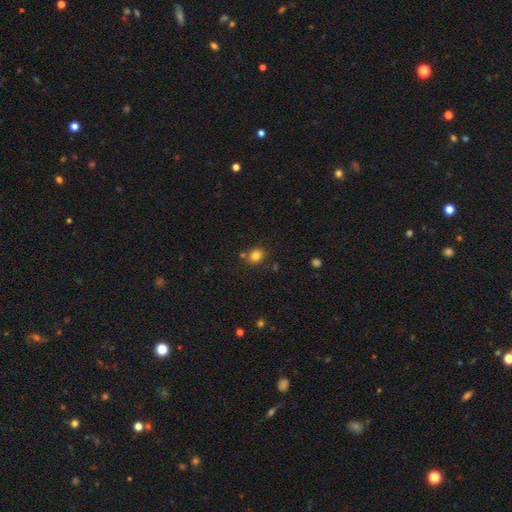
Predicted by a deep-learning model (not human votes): This appears to be a smooth galaxy with no disk features (81%) that is round (62%). Merging: none (76%).